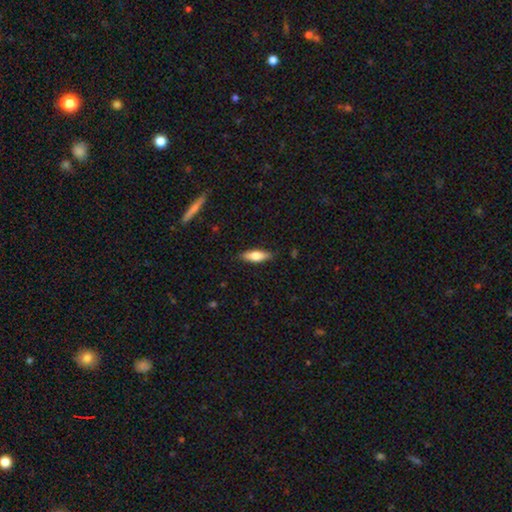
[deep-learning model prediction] A smooth galaxy with no disk features (67%) that is in between round and cigar-shaped (54%).

Vote fractions:
- Smooth or featured? smooth: 67% / featured or disk: 27% / star or artifact: 6%
- How rounded? in between: 54% / cigar-shaped: 44% / round: 2%
- Merging? none: 87% / minor disturbance: 10% / major disturbance: 2% / merger: 1%